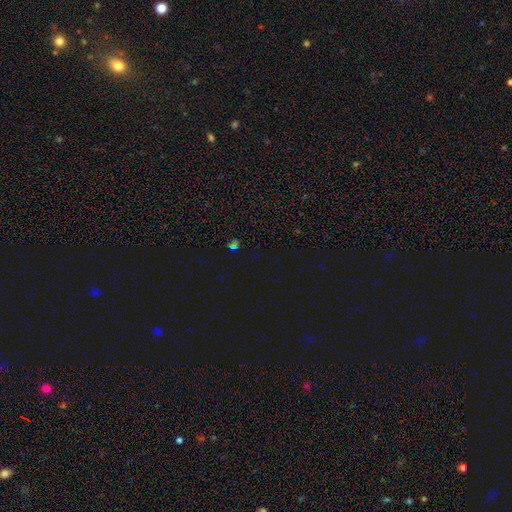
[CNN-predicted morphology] A star or artifact, not a galaxy (63%).